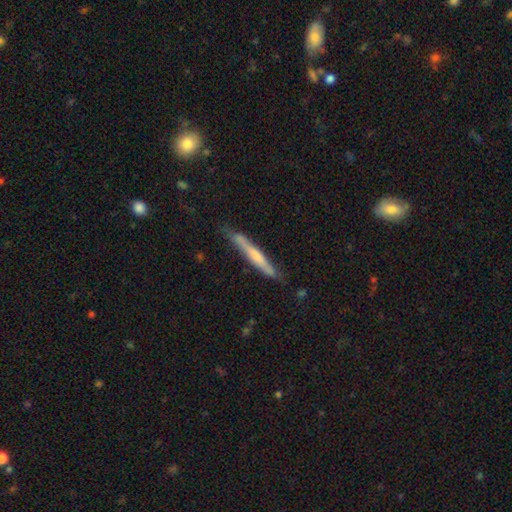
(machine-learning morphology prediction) The model was most divided on "smooth or featured": smooth: 48%, featured or disk: 46%, star or artifact: 6%. More confident: merging — none (77%).